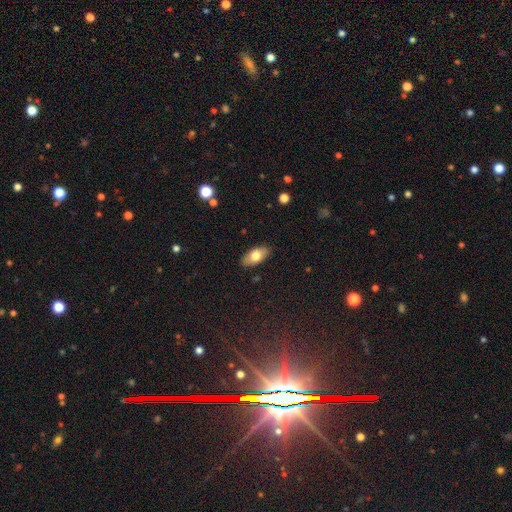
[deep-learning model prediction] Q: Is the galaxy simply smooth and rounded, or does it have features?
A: smooth — 74%.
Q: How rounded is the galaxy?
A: in between — 91%.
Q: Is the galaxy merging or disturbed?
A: none — 87%.